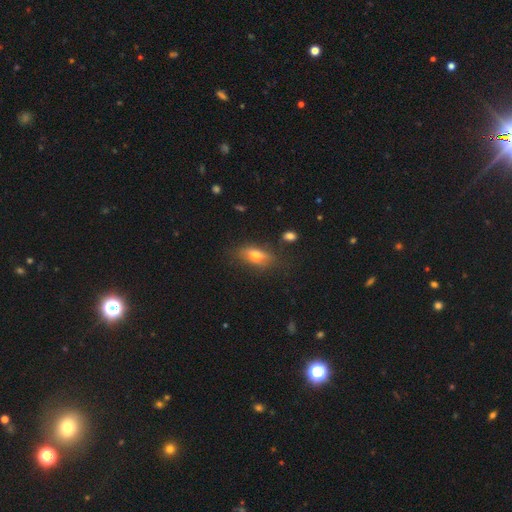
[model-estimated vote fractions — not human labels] smooth-or-featured: smooth: 66% | featured or disk: 24% | star or artifact: 9%
  how-rounded: in between: 79% | cigar-shaped: 13% | round: 8%
  merging: none: 72% | minor disturbance: 19% | major disturbance: 6% | merger: 3%